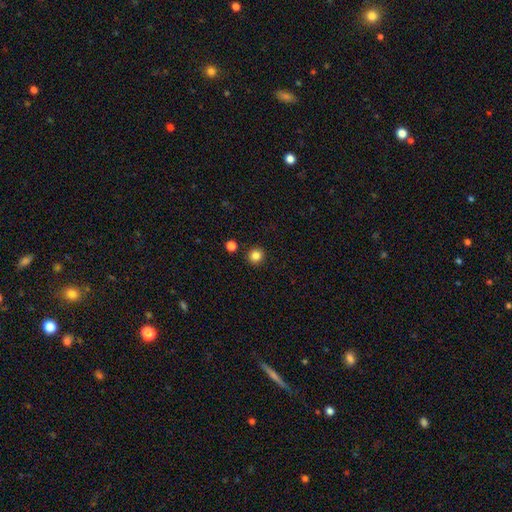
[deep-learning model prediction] A smooth galaxy with no disk features (84%) that is round (93%).

Vote fractions:
- Smooth or featured? smooth: 84% / star or artifact: 12% / featured or disk: 4%
- How rounded? round: 93% / in between: 6% / cigar-shaped: 1%
- Merging? none: 90% / minor disturbance: 5% / merger: 3% / major disturbance: 2%